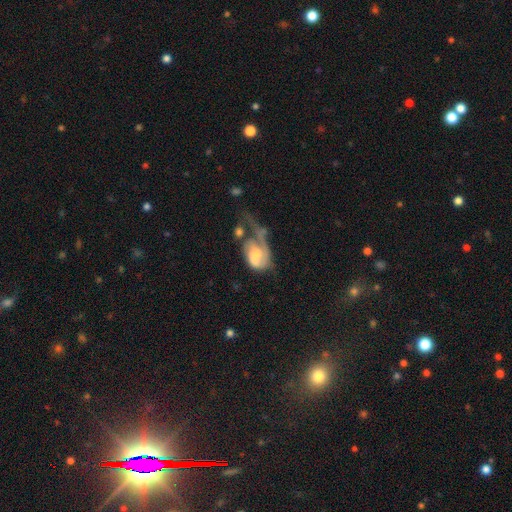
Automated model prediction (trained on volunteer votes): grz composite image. It shows a featured or disk galaxy (59%) with no bar (53%), spiral arms (71%) and a moderate central bulge (31%). Merging: major disturbance (53%).